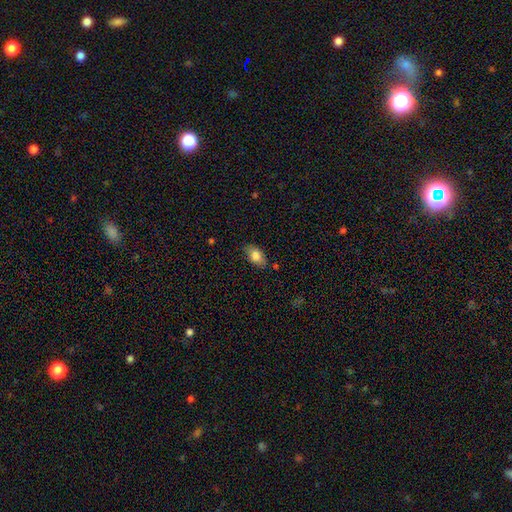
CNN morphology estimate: This appears to be a smooth galaxy with no disk features (81%) that is in between round and cigar-shaped (90%). Merging: none (79%).